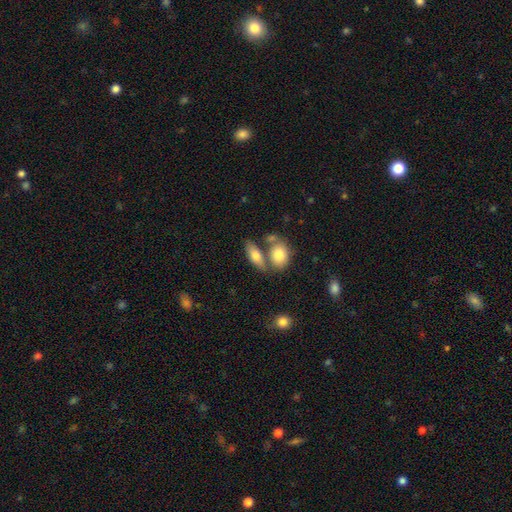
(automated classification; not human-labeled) Smooth or featured? smooth (73%)
How rounded? in between (72%)
Merging? none (53%)